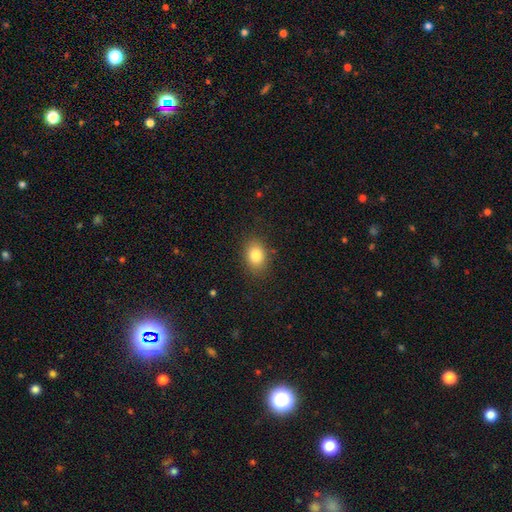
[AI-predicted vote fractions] Q: Smooth or featured?
A: smooth (83%); runner-up: star or artifact (10%)
Q: How rounded?
A: in between (69%); runner-up: round (30%)
Q: Merging?
A: none (85%); runner-up: minor disturbance (11%)